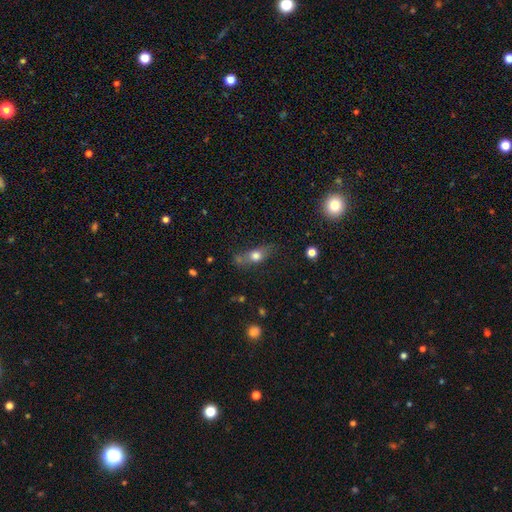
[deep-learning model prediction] A smooth galaxy with no disk features (69%) that is in between round and cigar-shaped (58%). Merging: none (53%).